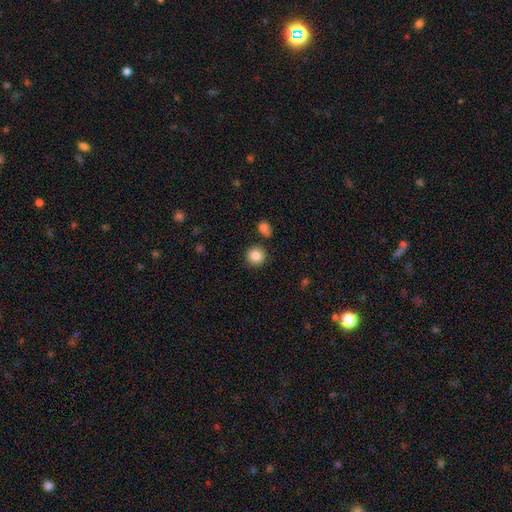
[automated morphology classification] A smooth galaxy with no disk features (86%) that is round (90%).

Vote fractions:
- Smooth or featured? smooth: 86% / star or artifact: 9% / featured or disk: 5%
- How rounded? round: 90% / in between: 9% / cigar-shaped: 1%
- Merging? none: 84% / minor disturbance: 8% / merger: 6% / major disturbance: 2%